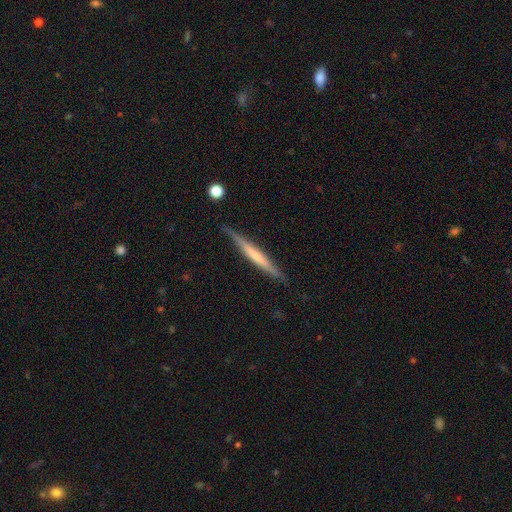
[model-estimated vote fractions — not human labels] A featured or disk galaxy (54%) viewed edge-on (96%) with no central bulge (65%).

Vote fractions:
- Smooth or featured? featured or disk: 54% / smooth: 40% / star or artifact: 5%
- Edge-on disk? yes: 96% / no: 4%
- Edge-on bulge? none: 65% / rounded: 20% / boxy: 15%
- Merging? none: 85% / minor disturbance: 11% / major disturbance: 2% / merger: 2%